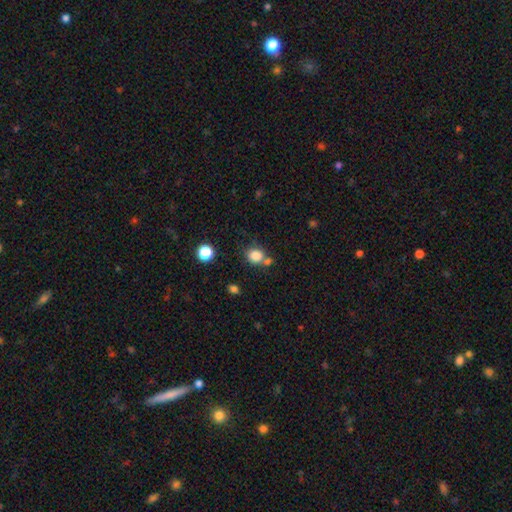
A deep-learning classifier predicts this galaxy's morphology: smooth 83%, star or artifact 12%, featured or disk 5%. Down the decision tree: how rounded — round (71%); merging — none (59%).